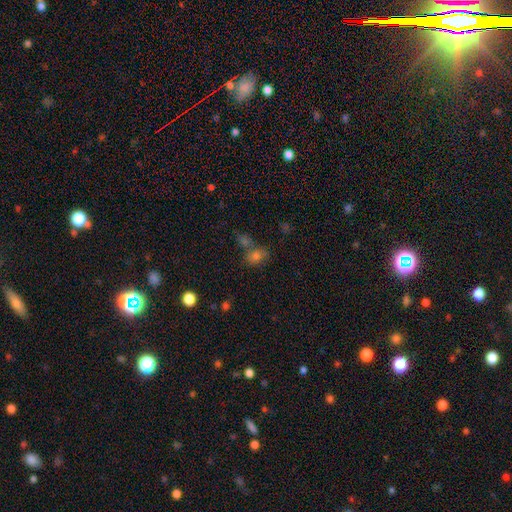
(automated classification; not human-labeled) Q: Smooth or featured?
A: smooth (68%); runner-up: star or artifact (20%)
Q: How rounded?
A: round (60%); runner-up: in between (39%)
Q: Merging?
A: none (49%); runner-up: merger (33%)